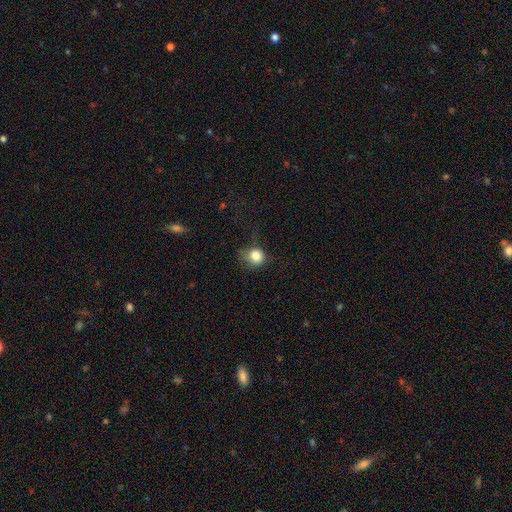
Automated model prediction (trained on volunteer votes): smooth 82%, star or artifact 10%, featured or disk 8%. Down the decision tree: how rounded — round (77%); merging — none (45%).